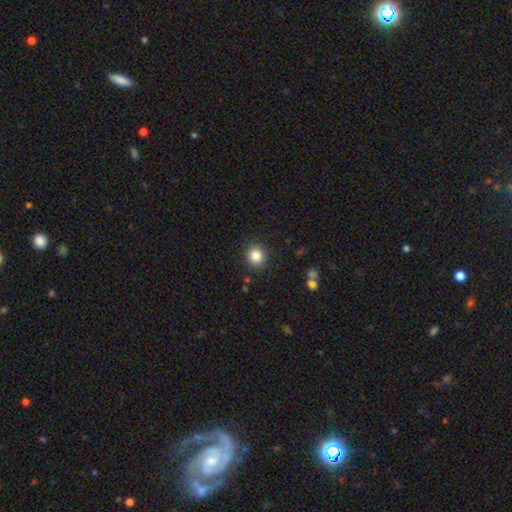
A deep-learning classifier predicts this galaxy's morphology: Q: Smooth or featured?
A: smooth (84%); runner-up: star or artifact (11%)
Q: How rounded?
A: round (85%); runner-up: in between (14%)
Q: Merging?
A: none (90%); runner-up: minor disturbance (7%)